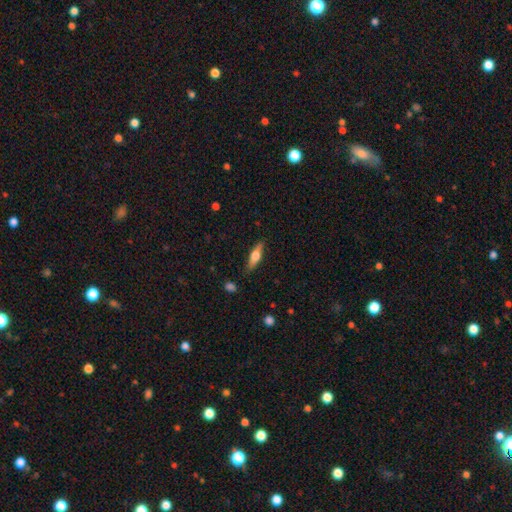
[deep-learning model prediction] This appears to be a featured or disk galaxy (49%). Merging: none (85%).